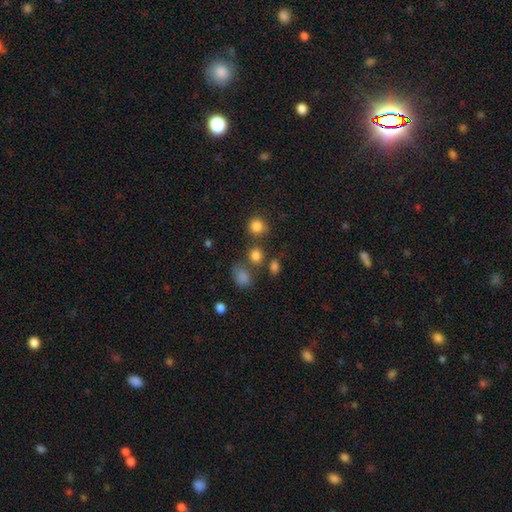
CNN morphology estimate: Smooth or featured? smooth (79%)
How rounded? round (68%)
Merging? none (67%)